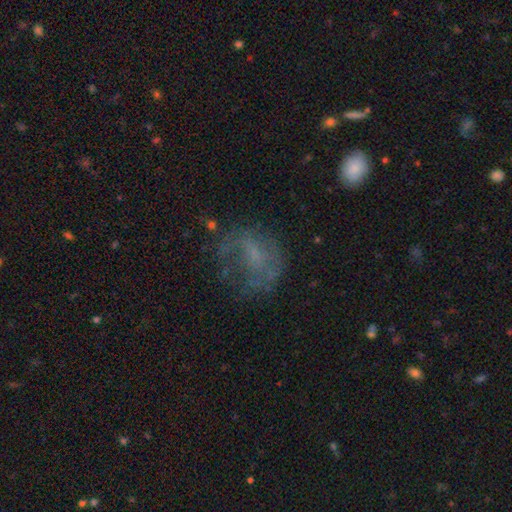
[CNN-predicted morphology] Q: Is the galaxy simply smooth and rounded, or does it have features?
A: featured or disk — 44%.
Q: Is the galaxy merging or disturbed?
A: none — 47%.